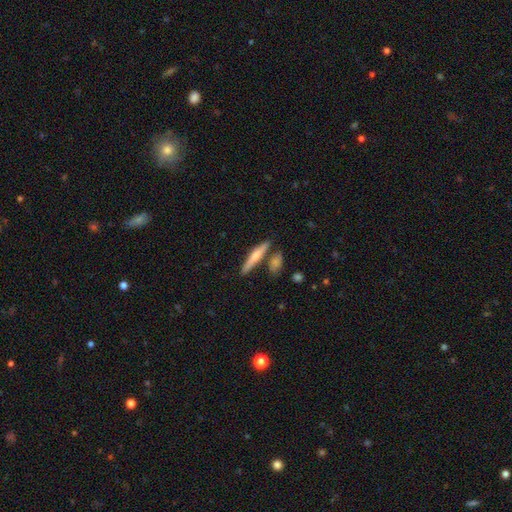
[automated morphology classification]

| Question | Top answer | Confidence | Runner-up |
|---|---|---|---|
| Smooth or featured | smooth | 56% | featured or disk (38%) |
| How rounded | cigar-shaped | 88% | in between (10%) |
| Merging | none | 74% | merger (12%) |